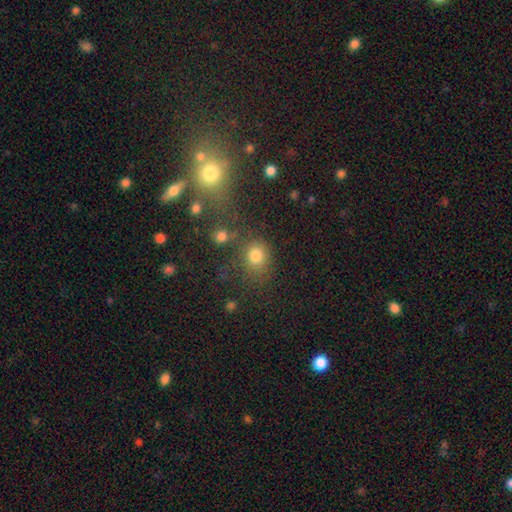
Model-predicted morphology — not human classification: smooth_or_featured: smooth (p=0.77) [alt: star or artifact p=0.16]
how_rounded: round (p=0.74) [alt: in between p=0.25]
merging: none (p=0.65) [alt: merger p=0.14]